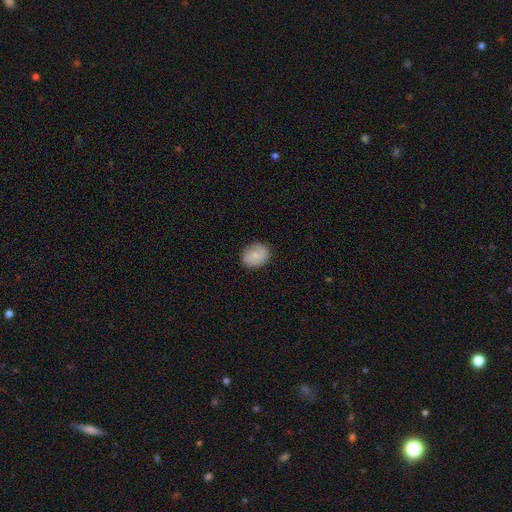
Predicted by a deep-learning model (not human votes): Smooth or featured? smooth (67%)
How rounded? round (51%)
Merging? none (84%)